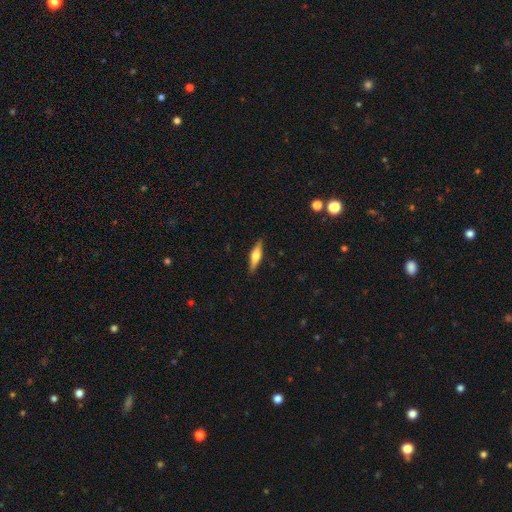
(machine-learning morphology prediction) type=smooth (48%); merging=none (89%).